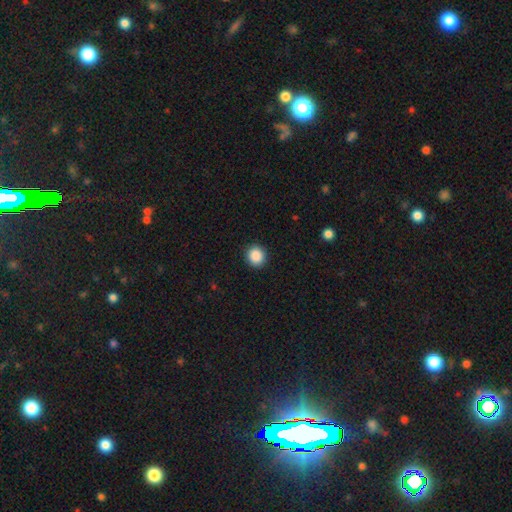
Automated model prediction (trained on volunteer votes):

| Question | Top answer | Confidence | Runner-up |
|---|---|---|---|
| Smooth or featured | smooth | 89% | star or artifact (9%) |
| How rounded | round | 85% | in between (14%) |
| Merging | none | 92% | minor disturbance (6%) |